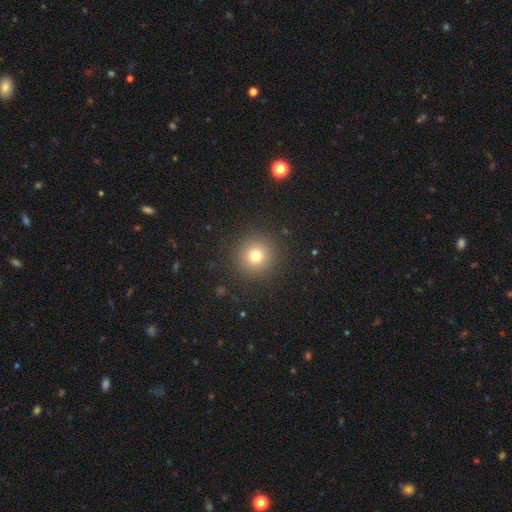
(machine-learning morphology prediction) Q: Smooth or featured?
A: smooth (76%); runner-up: star or artifact (15%)
Q: How rounded?
A: round (95%); runner-up: in between (5%)
Q: Merging?
A: none (91%); runner-up: minor disturbance (6%)